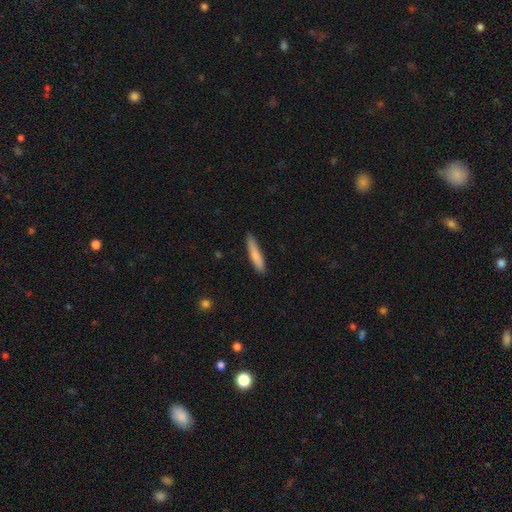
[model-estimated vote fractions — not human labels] smooth 80%, featured or disk 14%, star or artifact 6%. Down the decision tree: how rounded — cigar-shaped (88%); merging — none (83%).